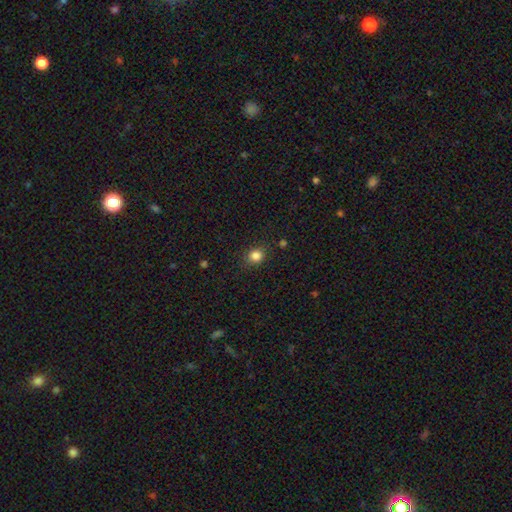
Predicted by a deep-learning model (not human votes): This appears to be a smooth galaxy with no disk features (84%) that is round (73%). Merging: none (84%).